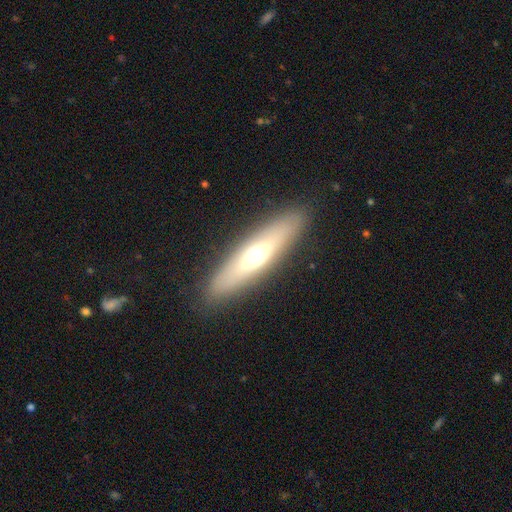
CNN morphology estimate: smooth_or_featured: smooth (p=0.47) [alt: featured or disk p=0.45]
merging: none (p=0.88) [alt: minor disturbance p=0.08]